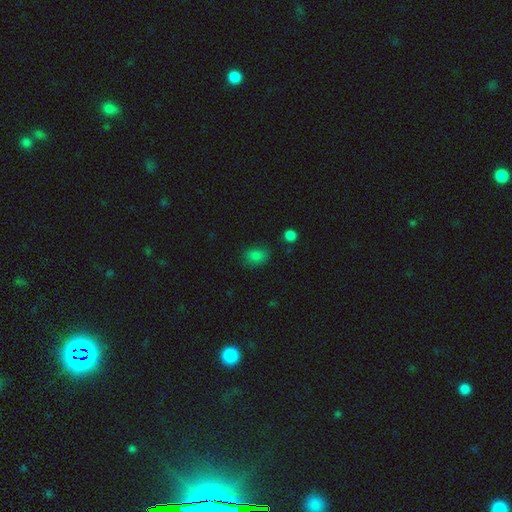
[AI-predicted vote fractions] Q: Smooth or featured?
A: smooth (82%); runner-up: star or artifact (13%)
Q: How rounded?
A: in between (71%); runner-up: round (28%)
Q: Merging?
A: none (75%); runner-up: minor disturbance (17%)